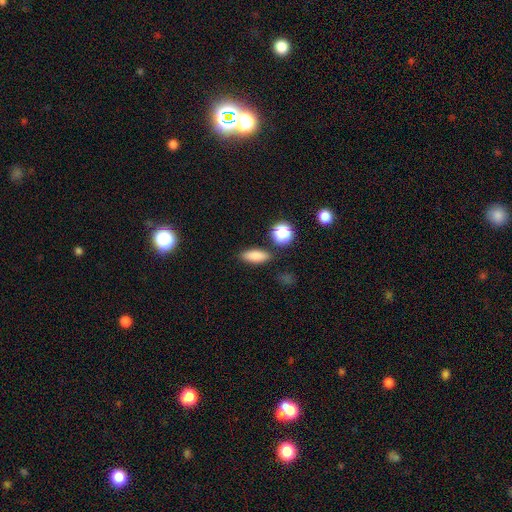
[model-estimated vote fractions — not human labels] Smooth or featured? Predicted: smooth (p=0.82). How rounded? Predicted: in between (p=0.69). Merging? Predicted: none (p=0.83).